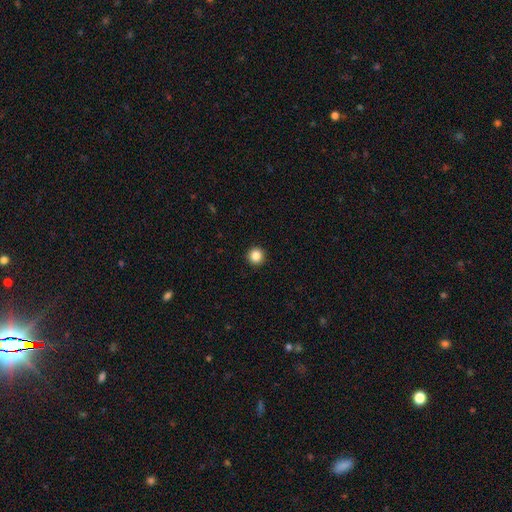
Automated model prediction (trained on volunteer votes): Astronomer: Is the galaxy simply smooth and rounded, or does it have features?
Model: smooth — 86%.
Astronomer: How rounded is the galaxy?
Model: round — 96%.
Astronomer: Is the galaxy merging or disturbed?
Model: none — 94%.